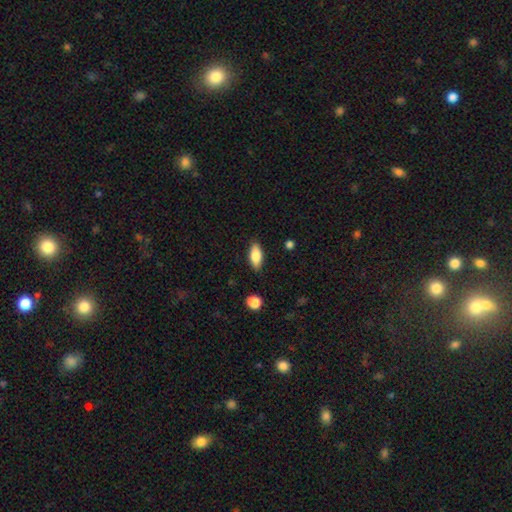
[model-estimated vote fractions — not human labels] Smooth or featured?
  - smooth: 80% *
  - featured or disk: 13%
  - star or artifact: 7%
How rounded?
  - in between: 81% *
  - cigar-shaped: 16%
  - round: 3%
Merging?
  - none: 86% *
  - minor disturbance: 11%
  - major disturbance: 2%
  - merger: 2%